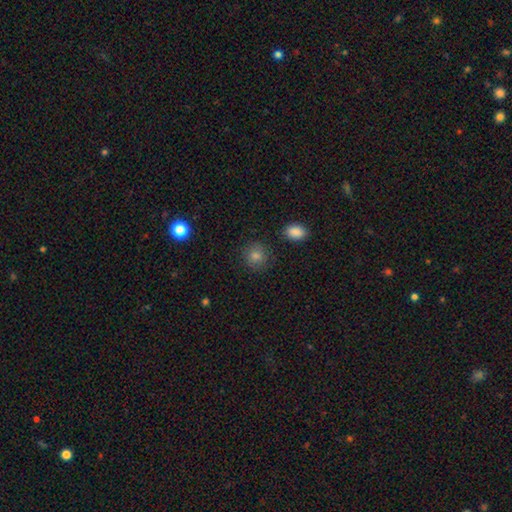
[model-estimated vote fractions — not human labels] Smooth or featured?
  - smooth: 81% *
  - star or artifact: 13%
  - featured or disk: 6%
How rounded?
  - round: 88% *
  - in between: 11%
  - cigar-shaped: 1%
Merging?
  - none: 88% *
  - minor disturbance: 7%
  - major disturbance: 2%
  - merger: 2%